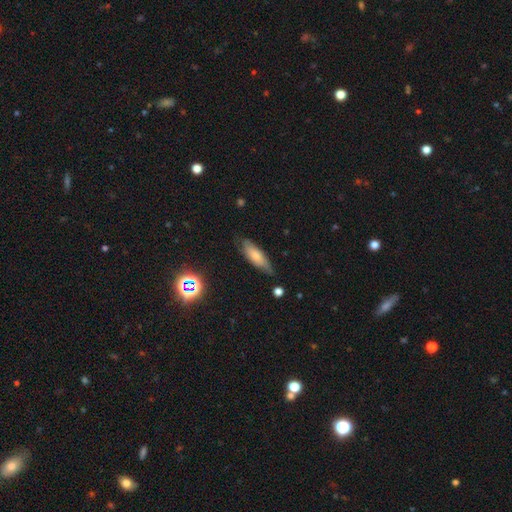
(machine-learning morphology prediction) Smooth or featured? Predicted: smooth (p=0.64). How rounded? Predicted: in between (p=0.56). Merging? Predicted: none (p=0.67).